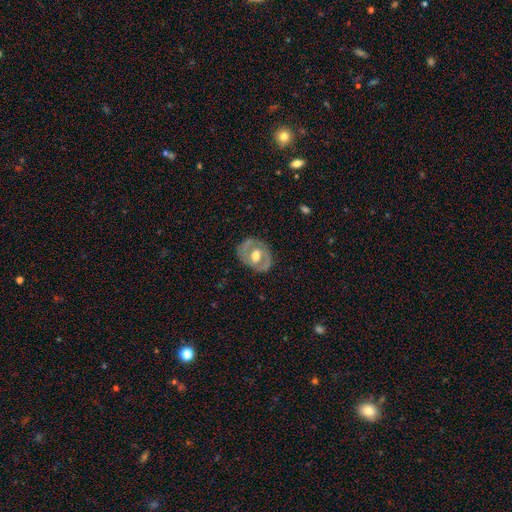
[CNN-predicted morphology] smooth_or_featured: featured or disk (p=0.68) [alt: smooth p=0.26]
disk_edge_on: no (p=0.95) [alt: yes p=0.05]
bar: no (p=0.52) [alt: weak p=0.35]
has_spiral_arms: yes (p=0.51) [alt: no p=0.49]
bulge_size: moderate (p=0.64) [alt: large p=0.26]
merging: none (p=0.79) [alt: minor disturbance p=0.15]